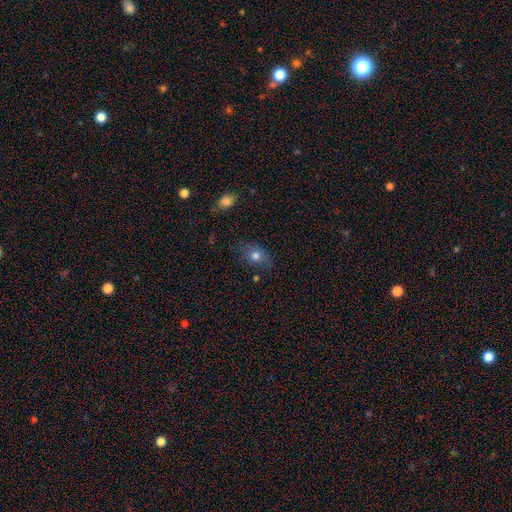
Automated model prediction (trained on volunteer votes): Q: Smooth or featured?
A: smooth (76%); runner-up: featured or disk (13%)
Q: How rounded?
A: in between (72%); runner-up: round (25%)
Q: Merging?
A: none (70%); runner-up: minor disturbance (22%)